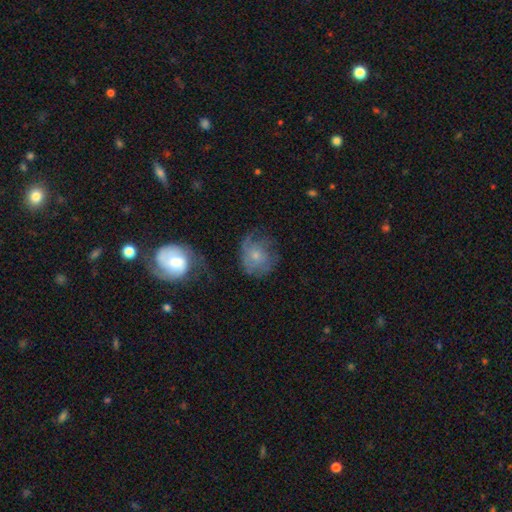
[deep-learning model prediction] This appears to be a smooth galaxy with no disk features (46%). Merging: none (42%).